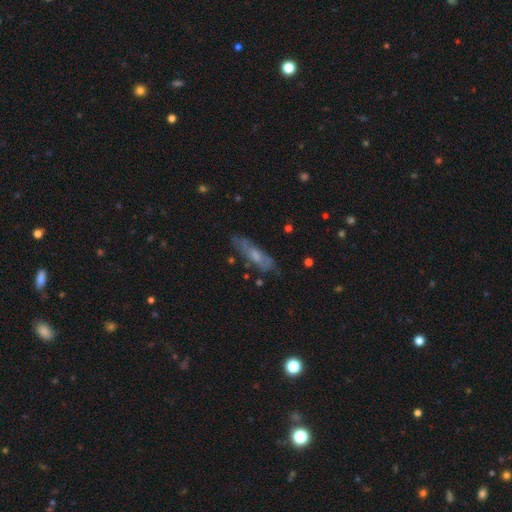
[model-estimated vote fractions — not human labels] Smooth or featured? Predicted: featured or disk (p=0.50). Edge-on disk? Predicted: no (p=0.59). Merging? Predicted: none (p=0.69).